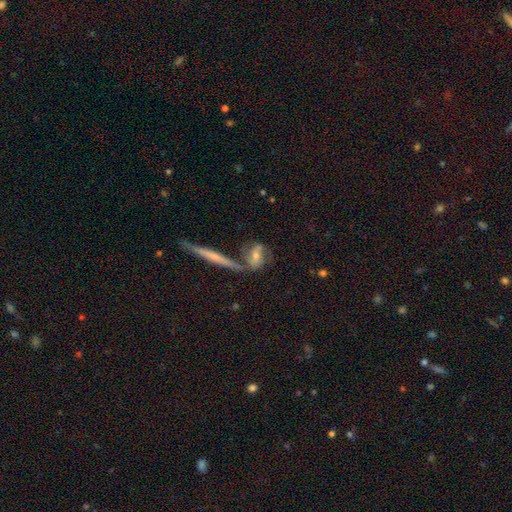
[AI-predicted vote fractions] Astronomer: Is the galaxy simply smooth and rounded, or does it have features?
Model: featured or disk — 71%.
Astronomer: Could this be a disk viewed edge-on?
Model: no — 80%.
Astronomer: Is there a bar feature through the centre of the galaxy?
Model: no — 41% (runner-up: weak, 37%).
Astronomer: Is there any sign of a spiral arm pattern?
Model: yes — 86%.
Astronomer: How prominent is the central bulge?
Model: moderate — 57% (runner-up: small, 34%).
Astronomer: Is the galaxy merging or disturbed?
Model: none — 58%.